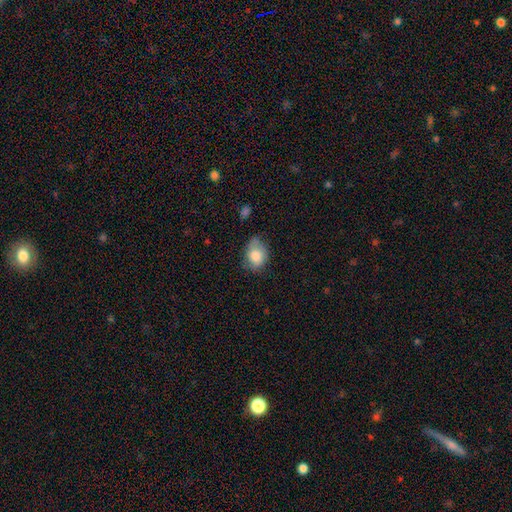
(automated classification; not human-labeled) smooth_or_featured: smooth (p=0.78) [alt: featured or disk p=0.14]
how_rounded: in between (p=0.72) [alt: round p=0.27]
merging: none (p=0.53) [alt: minor disturbance p=0.34]